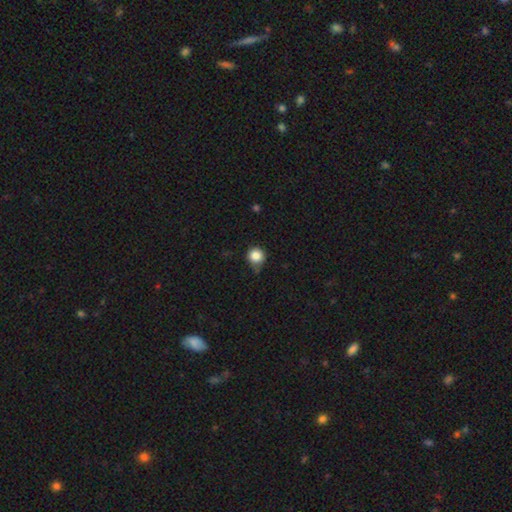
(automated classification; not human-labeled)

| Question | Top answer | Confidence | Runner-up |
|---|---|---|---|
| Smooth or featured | smooth | 85% | star or artifact (11%) |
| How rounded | round | 93% | in between (6%) |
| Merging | none | 68% | minor disturbance (25%) |